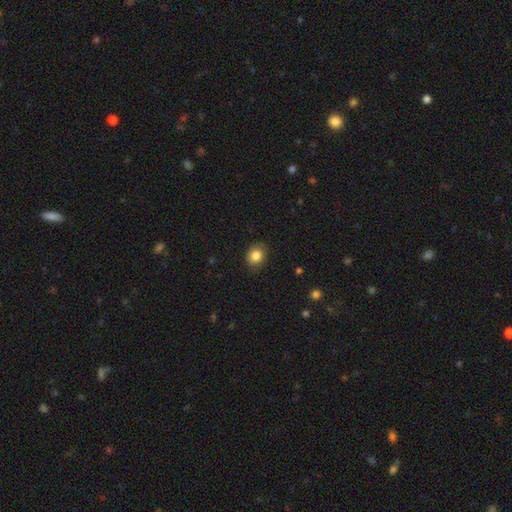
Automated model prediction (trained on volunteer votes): smooth 85%, star or artifact 9%, featured or disk 7%. Down the decision tree: how rounded — round (56%); merging — none (81%).